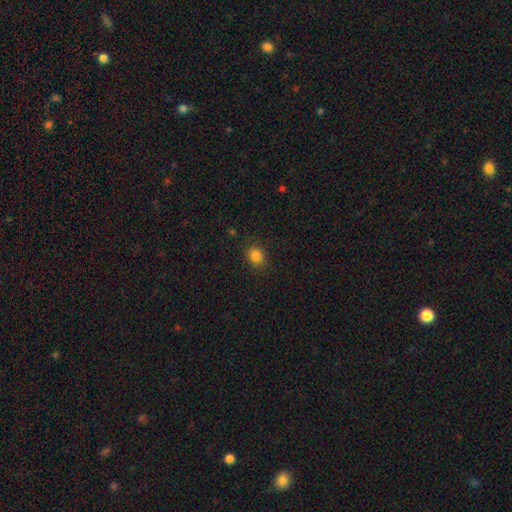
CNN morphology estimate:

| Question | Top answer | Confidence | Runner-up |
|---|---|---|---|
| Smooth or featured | smooth | 84% | star or artifact (12%) |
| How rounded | round | 54% | in between (45%) |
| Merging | none | 84% | minor disturbance (12%) |